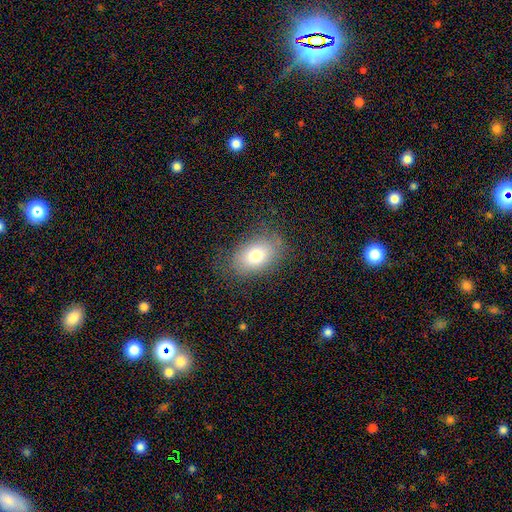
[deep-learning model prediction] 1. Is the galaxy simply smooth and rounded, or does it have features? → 76% smooth, 14% featured or disk, 10% star or artifact.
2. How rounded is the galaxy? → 82% in between, 16% round, 1% cigar-shaped.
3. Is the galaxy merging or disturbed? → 76% none, 16% minor disturbance, 7% major disturbance, 1% merger.